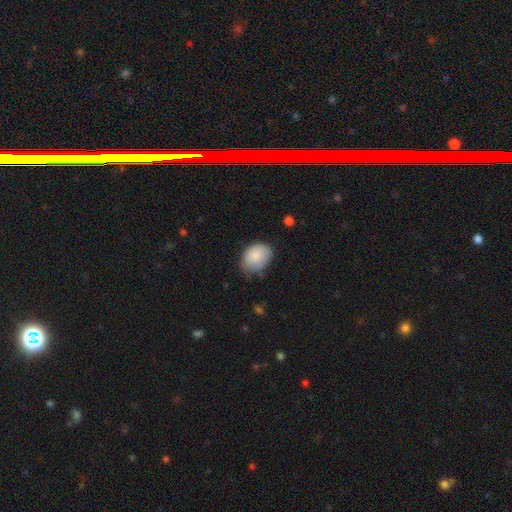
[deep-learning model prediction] smooth 86%, featured or disk 7%, star or artifact 7%. Down the decision tree: how rounded — in between (77%); merging — none (65%).